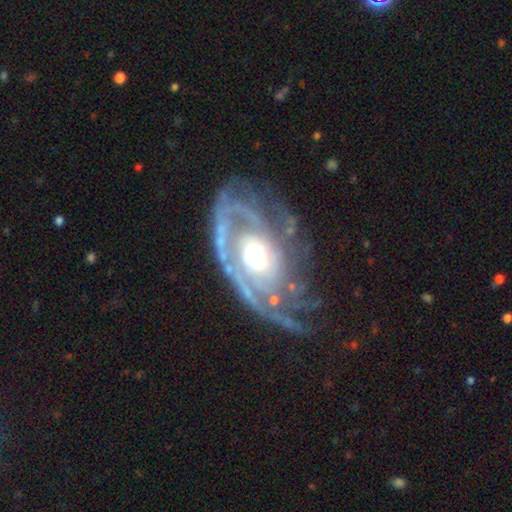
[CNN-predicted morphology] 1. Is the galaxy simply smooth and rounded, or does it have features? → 89% featured or disk, 7% smooth, 5% star or artifact.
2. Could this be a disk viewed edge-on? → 96% no, 4% yes.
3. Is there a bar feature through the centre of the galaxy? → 72% no, 20% weak, 9% strong.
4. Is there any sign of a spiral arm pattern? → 94% yes, 6% no.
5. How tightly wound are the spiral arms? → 55% tight, 32% medium, 13% loose.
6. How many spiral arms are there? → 35% 2, 23% can't tell, 15% 3, 12% 1, 7% 4, 7% more than 4.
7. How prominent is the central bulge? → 63% moderate, 21% large, 13% small, 2% dominant, 1% none.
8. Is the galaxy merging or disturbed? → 52% none, 23% major disturbance, 21% minor disturbance, 4% merger.